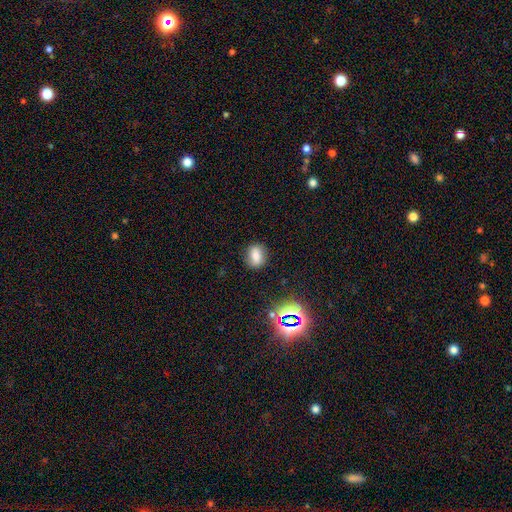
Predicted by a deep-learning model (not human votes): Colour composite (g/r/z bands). It shows a smooth galaxy with no disk features (69%) that is in between round and cigar-shaped (52%). Merging: none (83%).